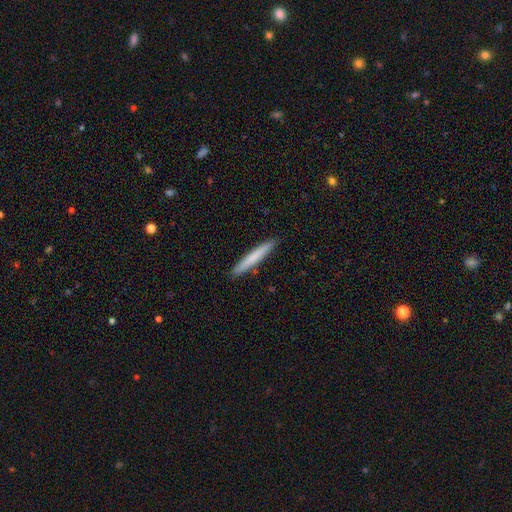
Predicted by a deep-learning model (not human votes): Smooth or featured?
  - smooth: 73% *
  - featured or disk: 21%
  - star or artifact: 5%
How rounded?
  - cigar-shaped: 96% *
  - in between: 3%
  - round: 1%
Merging?
  - none: 91% *
  - minor disturbance: 6%
  - major disturbance: 1%
  - merger: 1%